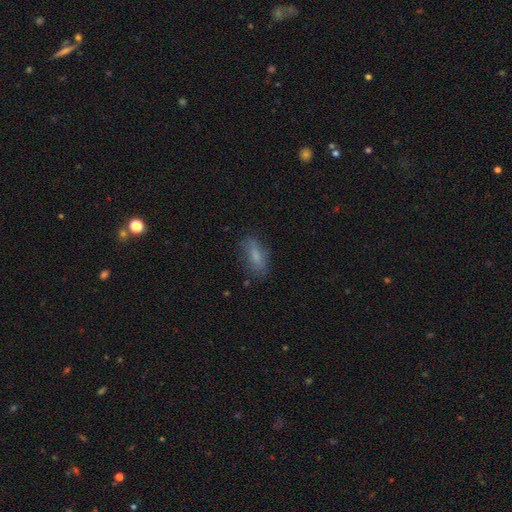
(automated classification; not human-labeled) A smooth galaxy with no disk features (72%) that is in between round and cigar-shaped (71%). Merging: none (71%).